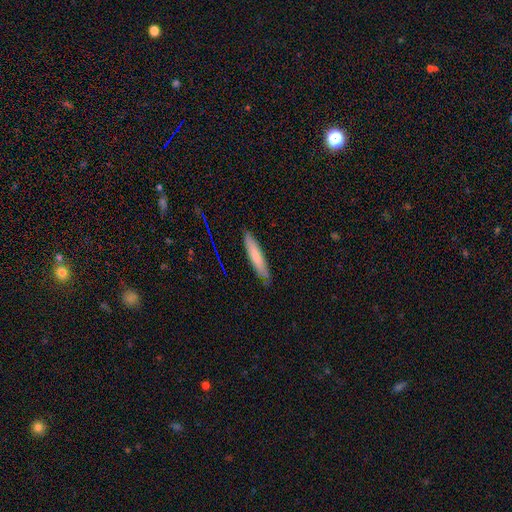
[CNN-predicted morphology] A smooth galaxy with no disk features (73%) that is cigar-shaped (89%). Merging: none (85%).